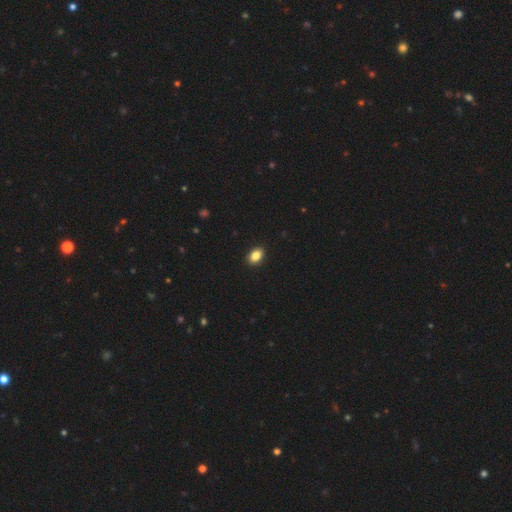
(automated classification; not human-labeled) Smooth or featured? Predicted: smooth (p=0.87). How rounded? Predicted: in between (p=0.84). Merging? Predicted: none (p=0.91).